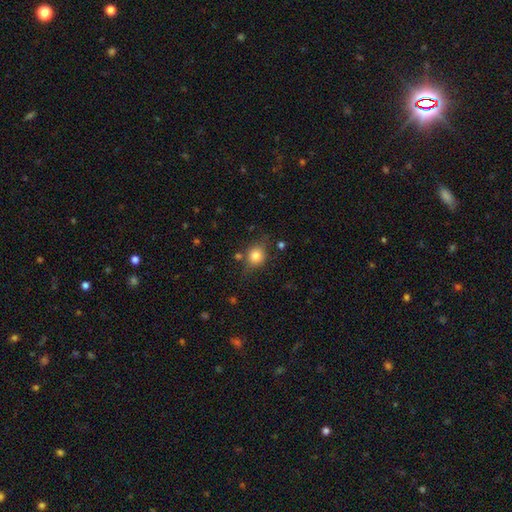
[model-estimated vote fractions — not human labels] smooth_or_featured: smooth (p=0.79) [alt: featured or disk p=0.11]
how_rounded: round (p=0.69) [alt: in between p=0.29]
merging: none (p=0.70) [alt: minor disturbance p=0.19]